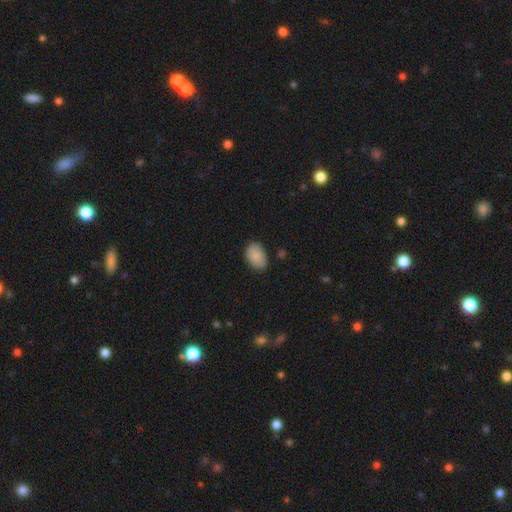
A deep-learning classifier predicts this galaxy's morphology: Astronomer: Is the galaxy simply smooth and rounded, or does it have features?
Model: smooth — 88%.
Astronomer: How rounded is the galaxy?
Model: in between — 87%.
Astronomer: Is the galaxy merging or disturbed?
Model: none — 77%.